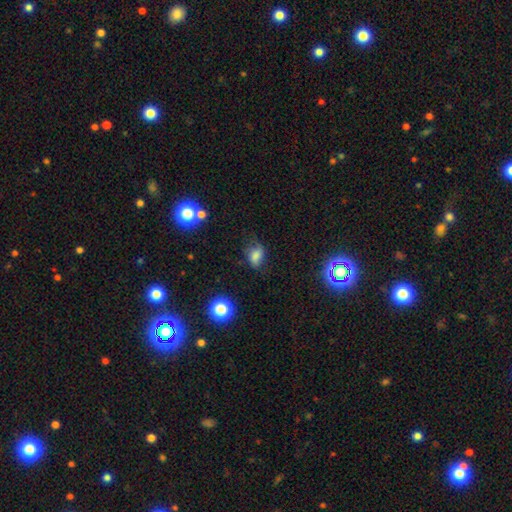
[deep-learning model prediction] Smooth or featured? smooth (69%)
How rounded? in between (76%)
Merging? none (48%)